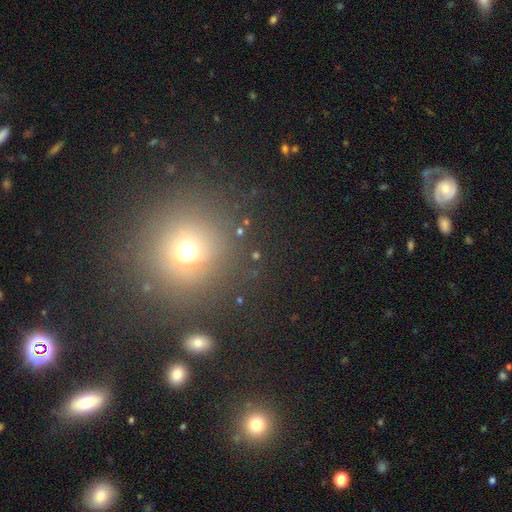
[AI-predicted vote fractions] This appears to be a smooth galaxy with no disk features (55%) that is round (93%). Merging: none (83%).